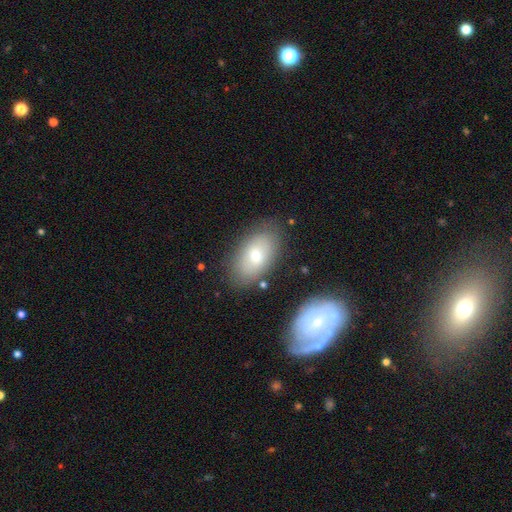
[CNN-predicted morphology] This appears to be a smooth galaxy with no disk features (68%) that is in between round and cigar-shaped (92%). Merging: none (77%).